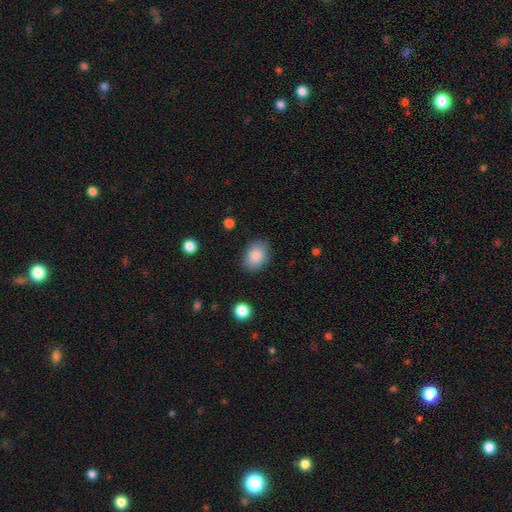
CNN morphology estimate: smooth-or-featured: smooth: 88% | star or artifact: 7% | featured or disk: 5%
  how-rounded: in between: 75% | round: 24% | cigar-shaped: 1%
  merging: none: 84% | minor disturbance: 11% | major disturbance: 3% | merger: 1%